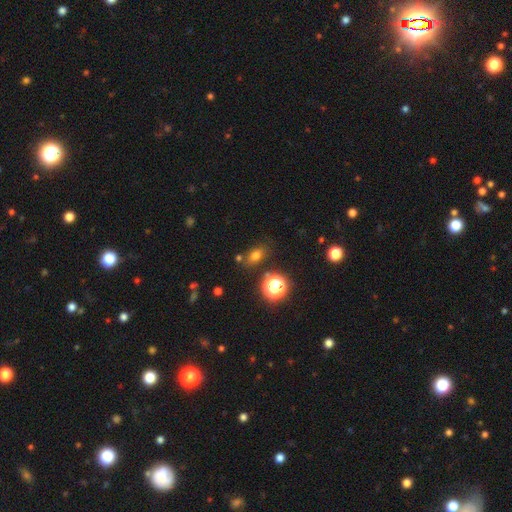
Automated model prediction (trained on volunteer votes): smooth-or-featured: smooth: 68% | star or artifact: 22% | featured or disk: 9%
  how-rounded: in between: 69% | round: 28% | cigar-shaped: 3%
  merging: none: 77% | minor disturbance: 12% | merger: 7% | major disturbance: 4%